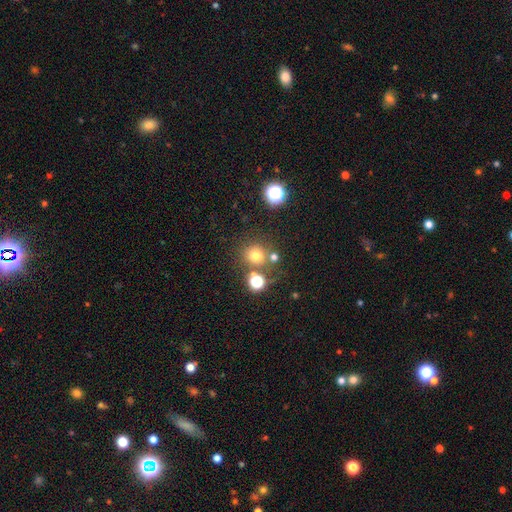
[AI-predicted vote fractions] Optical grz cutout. It shows a smooth galaxy with no disk features (71%) that is round (90%). Merging: none (73%).